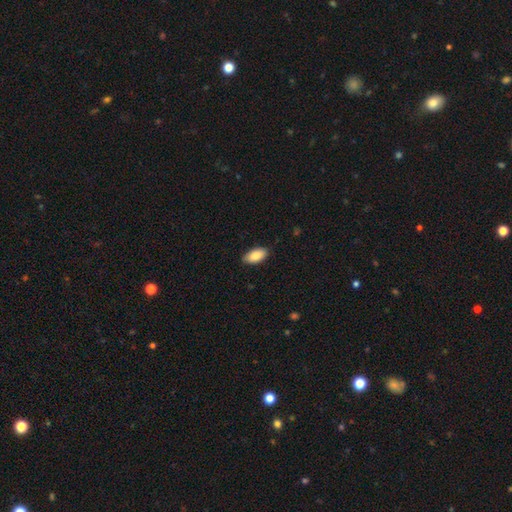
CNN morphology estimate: smooth-or-featured: smooth: 87% | featured or disk: 7% | star or artifact: 6%
  how-rounded: in between: 94% | cigar-shaped: 4% | round: 2%
  merging: none: 86% | minor disturbance: 11% | major disturbance: 2% | merger: 1%